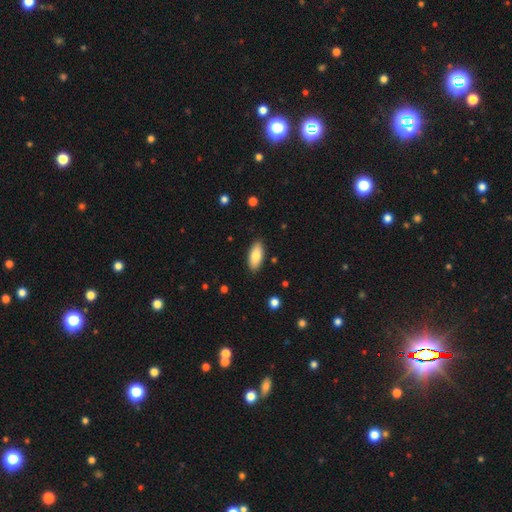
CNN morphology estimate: smooth_or_featured: smooth (p=0.81) [alt: featured or disk p=0.13]
how_rounded: in between (p=0.85) [alt: cigar-shaped p=0.13]
merging: none (p=0.88) [alt: minor disturbance p=0.09]